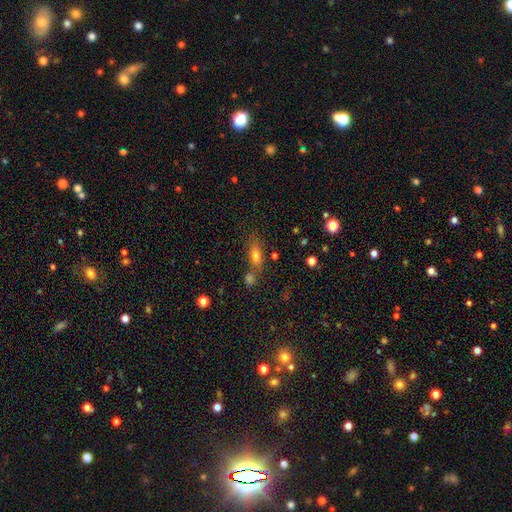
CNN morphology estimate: Overall: smooth (71%). How rounded: in between (73%). Merging: none (55%; merger 26%).